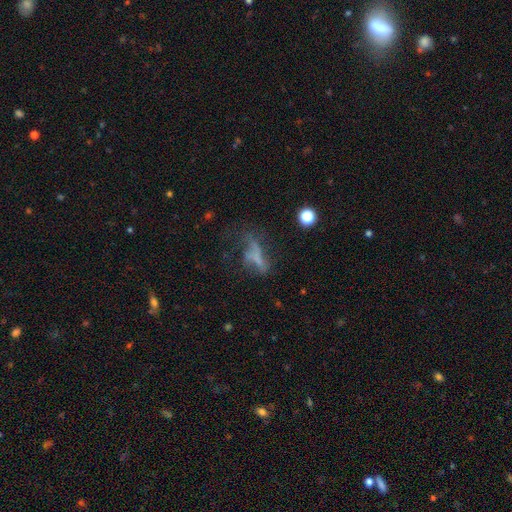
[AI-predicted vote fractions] The model was most divided on "smooth or featured": featured or disk: 42%, smooth: 38%, star or artifact: 21%. Remaining: merging — major disturbance (40%).